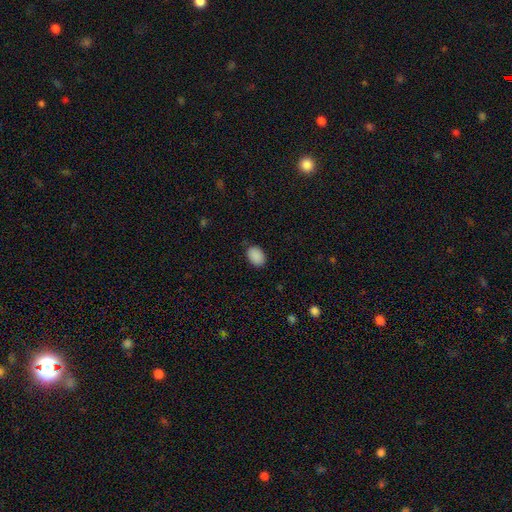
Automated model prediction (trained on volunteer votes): smooth-or-featured: smooth: 89% | star or artifact: 8% | featured or disk: 3%
  how-rounded: in between: 81% | round: 18% | cigar-shaped: 1%
  merging: none: 82% | minor disturbance: 14% | major disturbance: 3% | merger: 1%